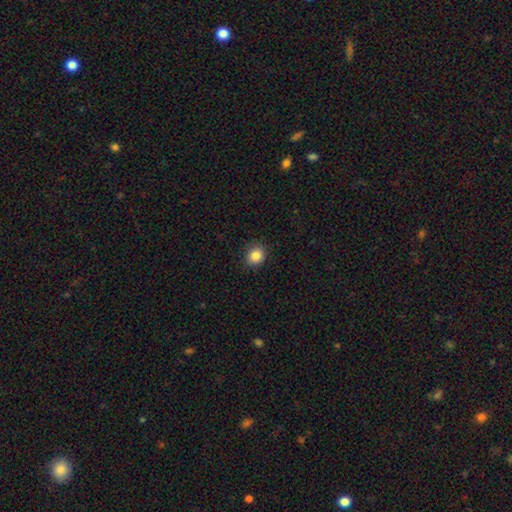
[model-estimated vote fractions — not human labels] Smooth or featured? Predicted: smooth (p=0.85). How rounded? Predicted: round (p=0.75). Merging? Predicted: none (p=0.89).